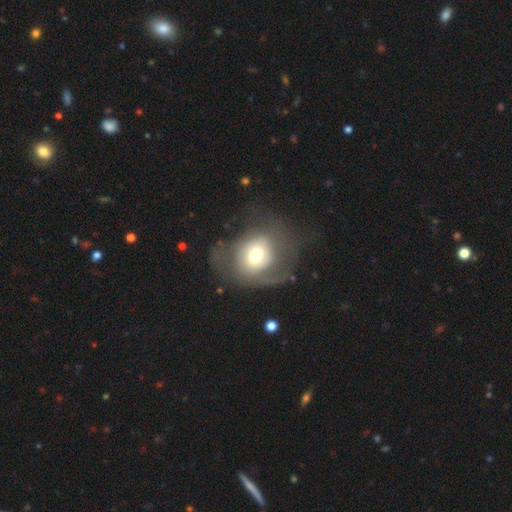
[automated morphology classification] Q: Smooth or featured?
A: smooth (52%); runner-up: featured or disk (39%)
Q: How rounded?
A: round (62%); runner-up: in between (37%)
Q: Merging?
A: none (39%); runner-up: major disturbance (35%)